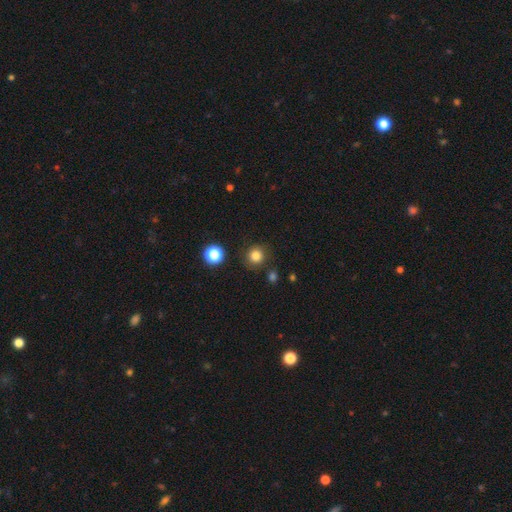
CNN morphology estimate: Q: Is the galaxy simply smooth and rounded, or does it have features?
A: smooth — 82%.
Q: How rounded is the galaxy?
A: round — 93%.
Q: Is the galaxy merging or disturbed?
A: none — 85%.